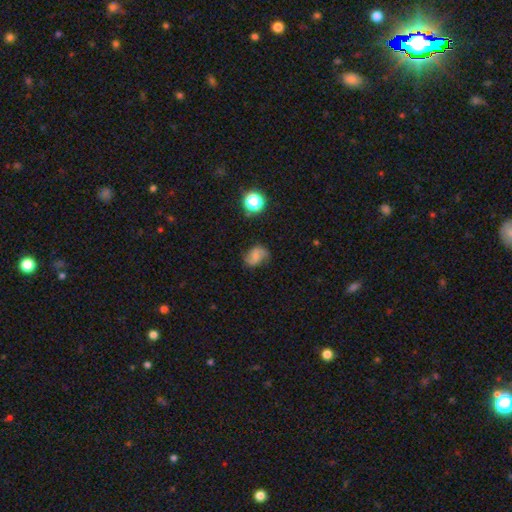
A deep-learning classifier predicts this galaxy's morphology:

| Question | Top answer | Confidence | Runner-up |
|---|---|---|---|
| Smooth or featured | featured or disk | 54% | smooth (34%) |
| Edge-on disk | no | 98% | yes (2%) |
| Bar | no | 52% | weak (38%) |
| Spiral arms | yes | 91% | no (9%) |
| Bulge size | none | 50% | small (28%) |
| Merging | none | 71% | minor disturbance (20%) |